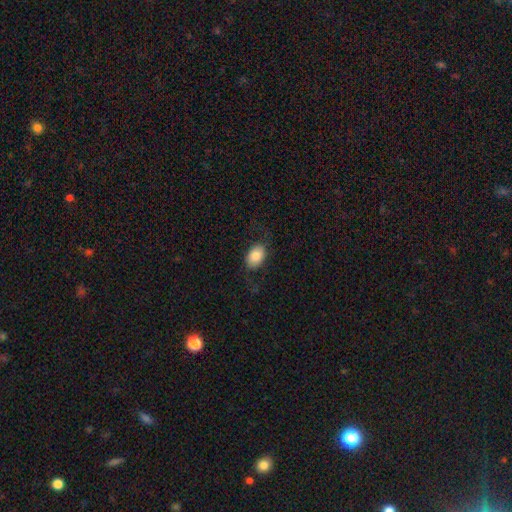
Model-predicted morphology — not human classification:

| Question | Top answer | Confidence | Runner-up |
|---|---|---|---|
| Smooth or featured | smooth | 79% | featured or disk (13%) |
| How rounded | in between | 83% | round (16%) |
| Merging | none | 73% | minor disturbance (16%) |